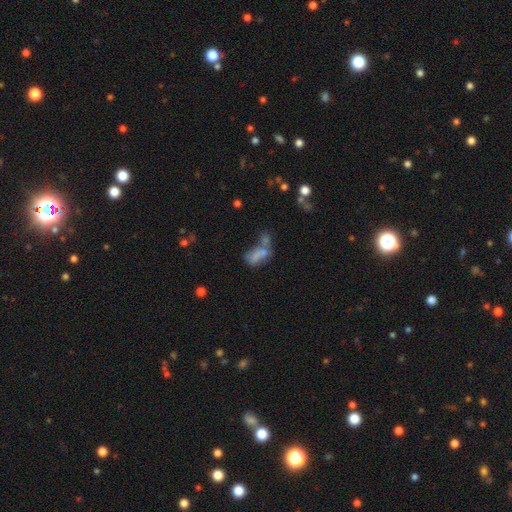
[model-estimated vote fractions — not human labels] smooth_or_featured: smooth (p=0.51) [alt: star or artifact p=0.24]
how_rounded: in between (p=0.78) [alt: round p=0.13]
merging: merger (p=0.47) [alt: none p=0.27]